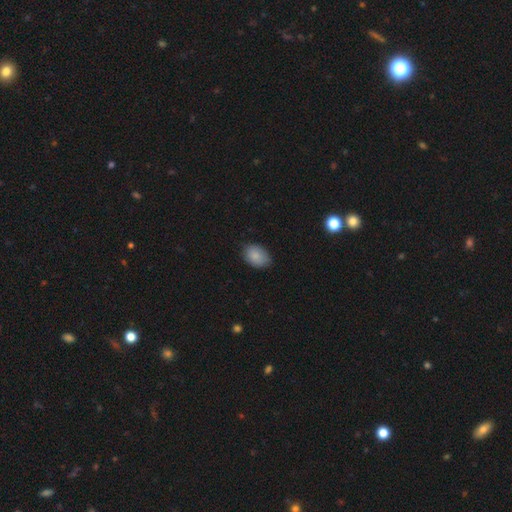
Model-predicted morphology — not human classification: Q: Smooth or featured?
A: smooth (87%); runner-up: star or artifact (7%)
Q: How rounded?
A: in between (82%); runner-up: round (16%)
Q: Merging?
A: none (76%); runner-up: minor disturbance (20%)